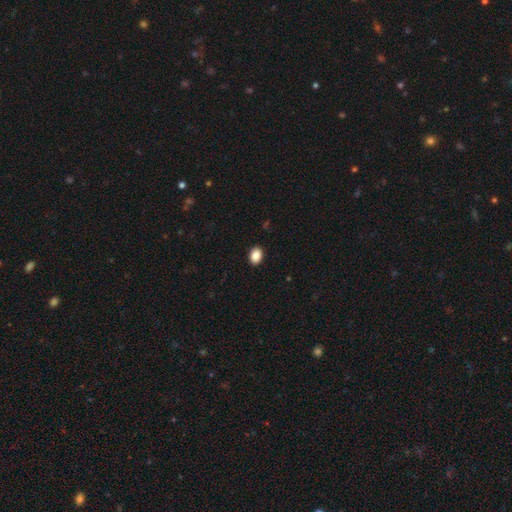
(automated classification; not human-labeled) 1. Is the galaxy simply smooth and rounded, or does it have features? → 89% smooth, 8% star or artifact, 3% featured or disk.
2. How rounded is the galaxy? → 77% in between, 22% round, 1% cigar-shaped.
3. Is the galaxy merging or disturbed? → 91% none, 7% minor disturbance, 2% major disturbance, 1% merger.